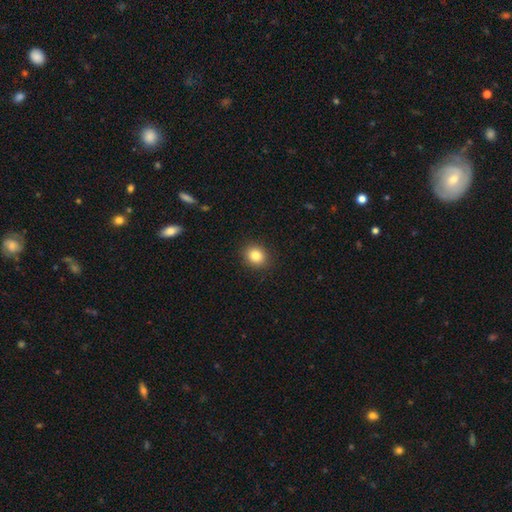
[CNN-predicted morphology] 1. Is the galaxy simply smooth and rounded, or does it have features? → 84% smooth, 10% star or artifact, 6% featured or disk.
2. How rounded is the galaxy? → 70% round, 29% in between, 1% cigar-shaped.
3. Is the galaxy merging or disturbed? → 91% none, 6% minor disturbance, 2% major disturbance, 1% merger.